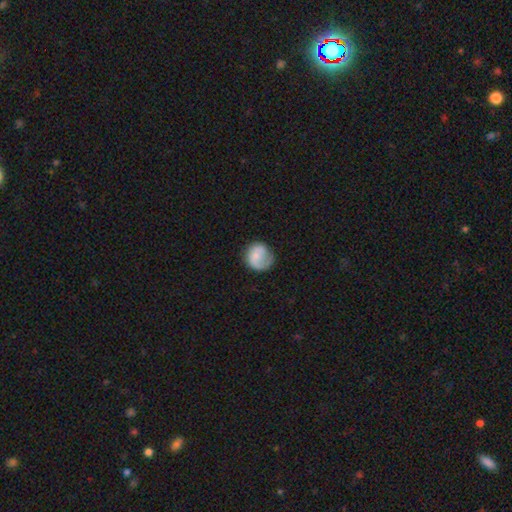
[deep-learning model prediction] Smooth or featured: smooth — 58% (featured or disk — 35%)
How rounded: round — 81% (in between — 18%)
Merging: none — 58% (minor disturbance — 23%)